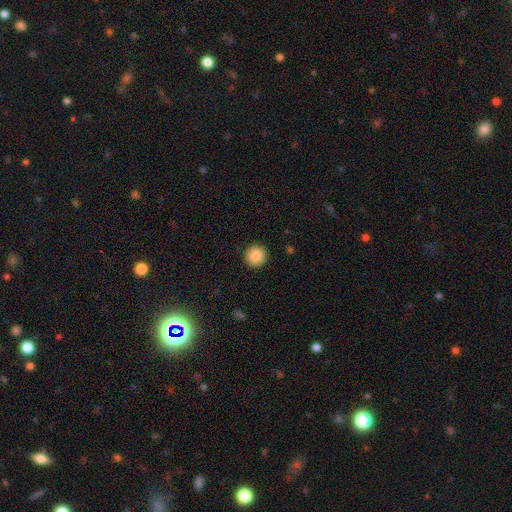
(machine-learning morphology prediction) Smooth or featured? Predicted: smooth (p=0.87). How rounded? Predicted: round (p=0.94). Merging? Predicted: none (p=0.92).